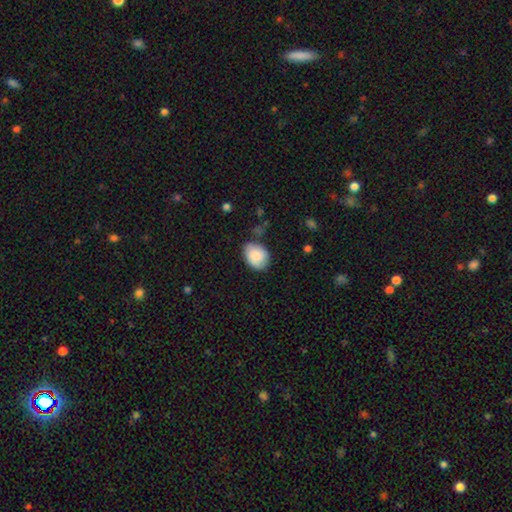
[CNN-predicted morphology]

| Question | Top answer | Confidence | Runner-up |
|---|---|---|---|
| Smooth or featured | smooth | 84% | featured or disk (9%) |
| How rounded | in between | 68% | round (31%) |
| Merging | none | 69% | minor disturbance (23%) |